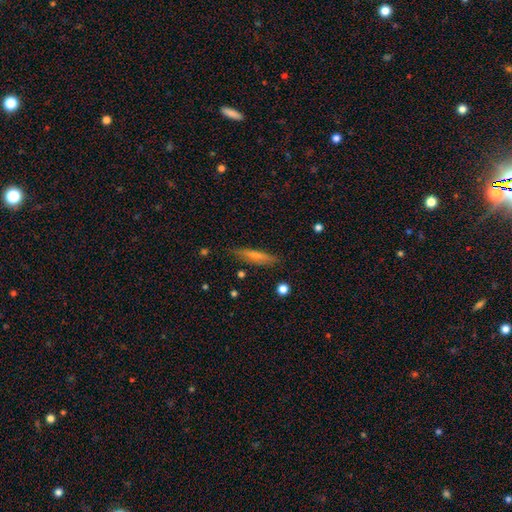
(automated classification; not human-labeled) The model was most divided on "smooth or featured": smooth: 63%, featured or disk: 30%, star or artifact: 7%. More confident: how rounded — cigar-shaped (83%); merging — none (83%).